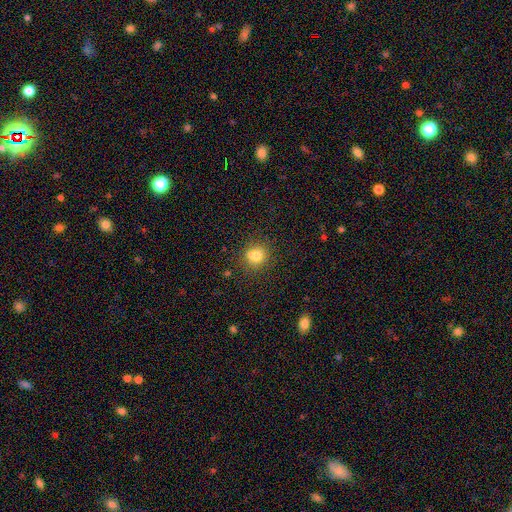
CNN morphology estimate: This appears to be a smooth galaxy with no disk features (76%) that is round (81%). Merging: none (63%).